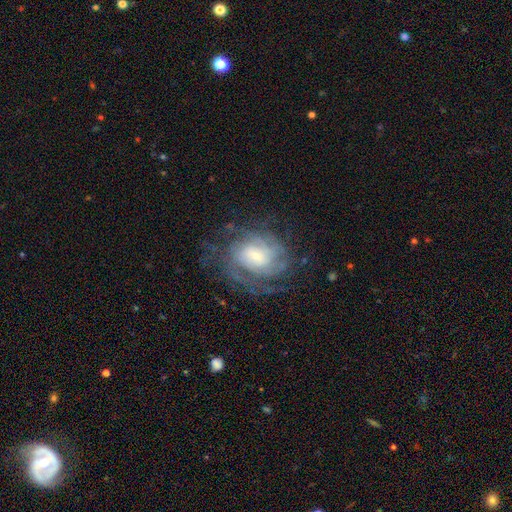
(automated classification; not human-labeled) This is likely a featured or disk galaxy (78%). It is clearly not viewed edge-on (97%). Bar: possibly no (50%). Spiral arm pattern: clearly yes (90%). Spiral arm count: possibly can't tell (46%). Spiral winding: possibly tight (57%). Central bulge: possibly small (53%). Merging: likely none (66%).